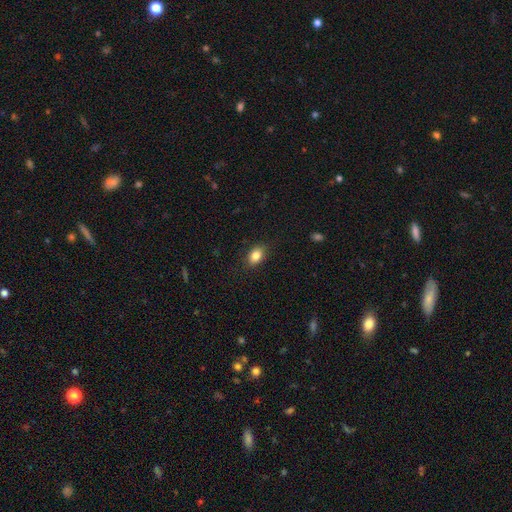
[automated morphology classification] smooth-or-featured: smooth: 85% | star or artifact: 9% | featured or disk: 6%
  how-rounded: in between: 81% | round: 17% | cigar-shaped: 1%
  merging: none: 86% | minor disturbance: 10% | major disturbance: 3% | merger: 1%